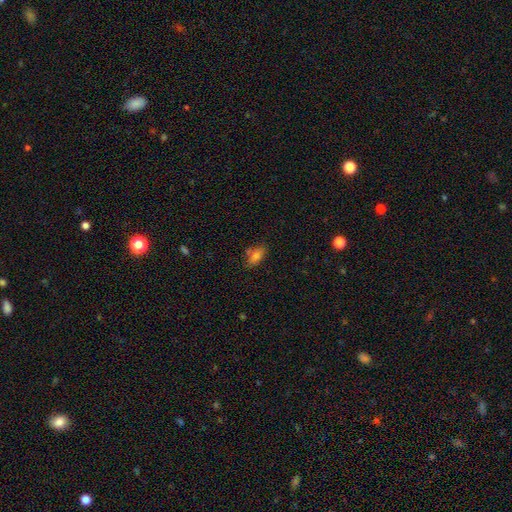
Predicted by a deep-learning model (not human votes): Q: Smooth or featured?
A: smooth (77%); runner-up: star or artifact (12%)
Q: How rounded?
A: in between (87%); runner-up: round (7%)
Q: Merging?
A: none (71%); runner-up: minor disturbance (16%)